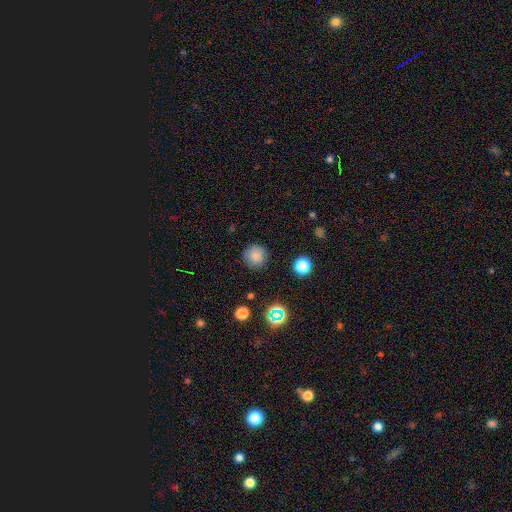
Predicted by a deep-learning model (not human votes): Smooth or featured? Predicted: smooth (p=0.81). How rounded? Predicted: round (p=0.95). Merging? Predicted: none (p=0.88).